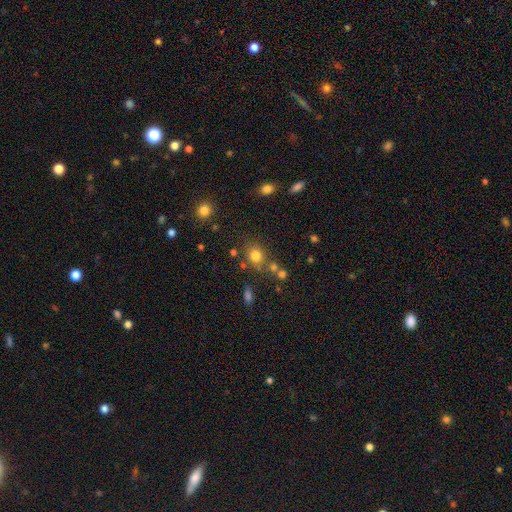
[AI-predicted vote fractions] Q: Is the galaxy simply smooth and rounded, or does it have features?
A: smooth — 77%.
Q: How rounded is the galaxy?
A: round — 75%.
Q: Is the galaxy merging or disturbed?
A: none — 68%.